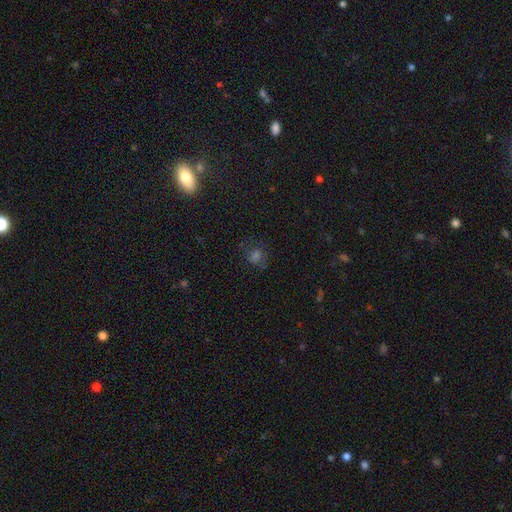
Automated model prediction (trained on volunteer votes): Smooth or featured: smooth — 48% (star or artifact — 33%)
Merging: none — 68% (minor disturbance — 18%)